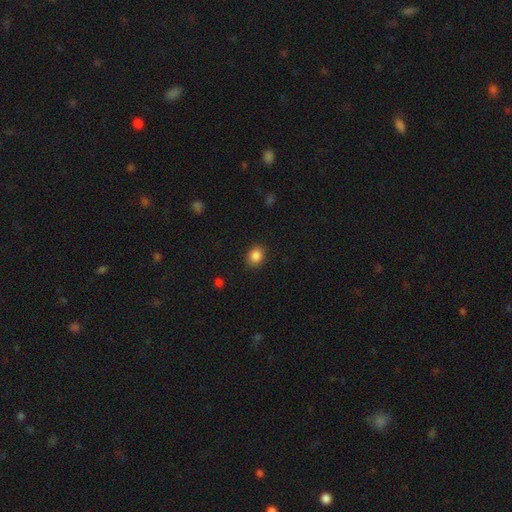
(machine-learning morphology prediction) This appears to be a smooth galaxy with no disk features (87%) that is round (57%). Merging: none (88%).